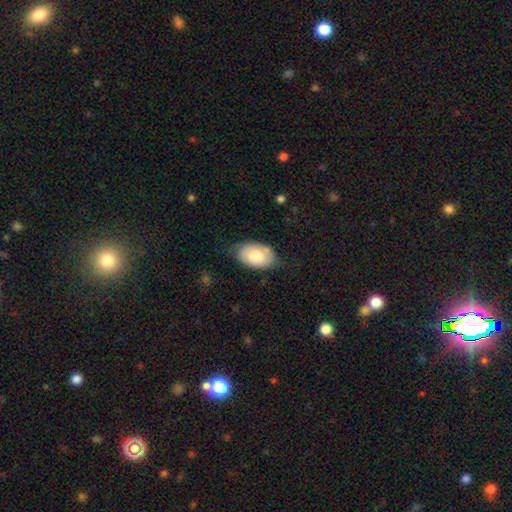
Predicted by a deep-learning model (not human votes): Smooth or featured?
  - smooth: 76% *
  - featured or disk: 18%
  - star or artifact: 6%
How rounded?
  - in between: 92% *
  - round: 7%
  - cigar-shaped: 1%
Merging?
  - none: 65% *
  - minor disturbance: 26%
  - major disturbance: 7%
  - merger: 2%